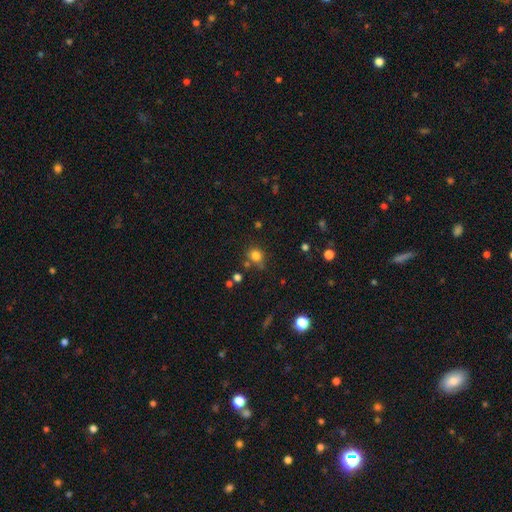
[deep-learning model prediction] smooth_or_featured: smooth (p=0.79) [alt: star or artifact p=0.14]
how_rounded: round (p=0.79) [alt: in between p=0.20]
merging: none (p=0.67) [alt: minor disturbance p=0.18]